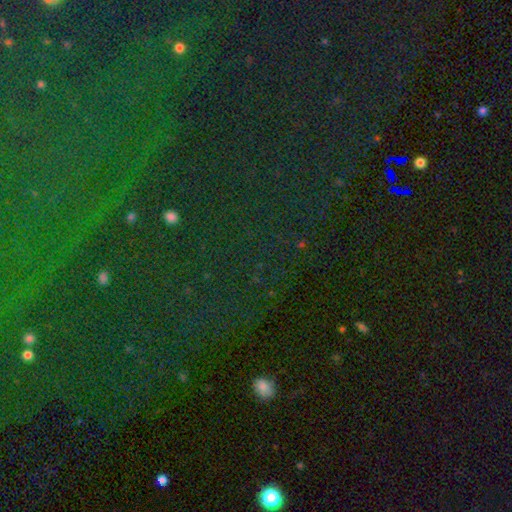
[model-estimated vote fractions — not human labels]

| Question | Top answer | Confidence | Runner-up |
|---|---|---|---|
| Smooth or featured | star or artifact | 81% | smooth (10%) |